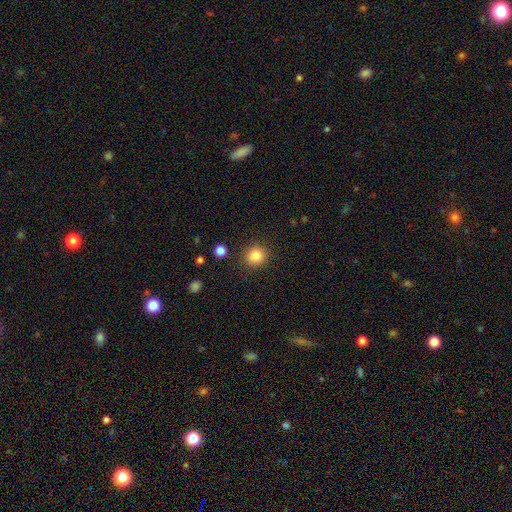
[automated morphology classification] A smooth galaxy with no disk features (83%) that is round (89%). Merging: none (89%).